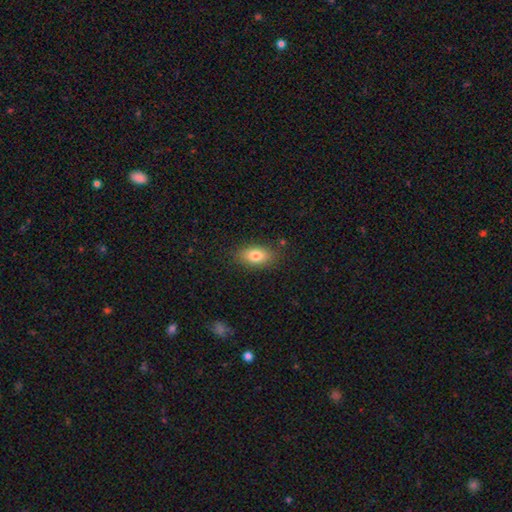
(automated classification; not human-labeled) The model was most divided on "smooth or featured": smooth: 80%, featured or disk: 12%, star or artifact: 9%. More confident: how rounded — in between (87%); merging — none (84%).